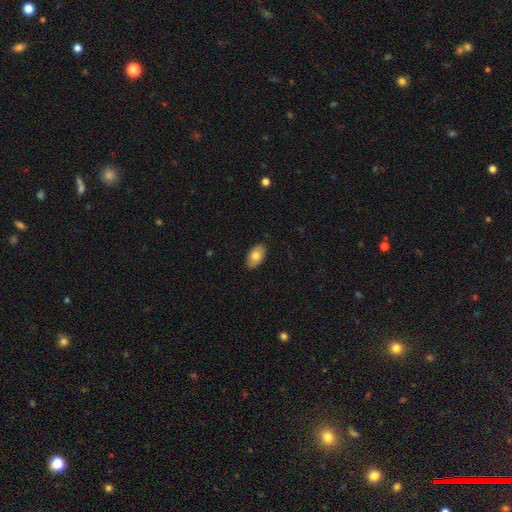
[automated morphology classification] type=smooth (77%); roundness=in between (94%); merging=none (88%).